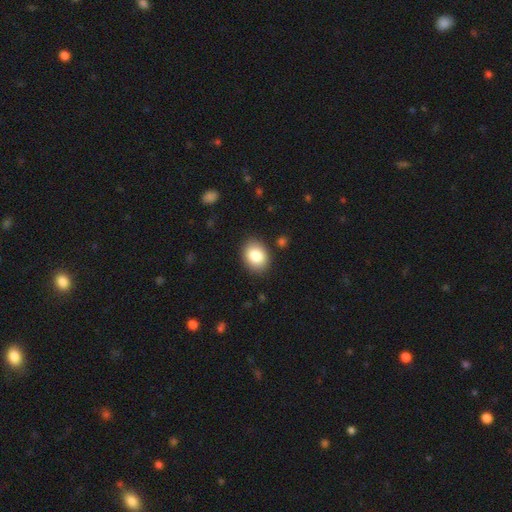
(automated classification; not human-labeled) Smooth or featured: smooth — 85% (star or artifact — 8%)
How rounded: in between — 64% (round — 35%)
Merging: none — 87% (minor disturbance — 9%)